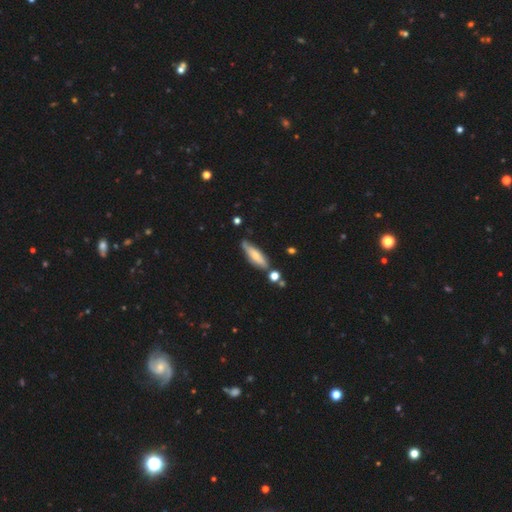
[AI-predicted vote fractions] Q: Smooth or featured?
A: smooth (60%); runner-up: featured or disk (34%)
Q: How rounded?
A: cigar-shaped (59%); runner-up: in between (39%)
Q: Merging?
A: none (66%); runner-up: minor disturbance (22%)